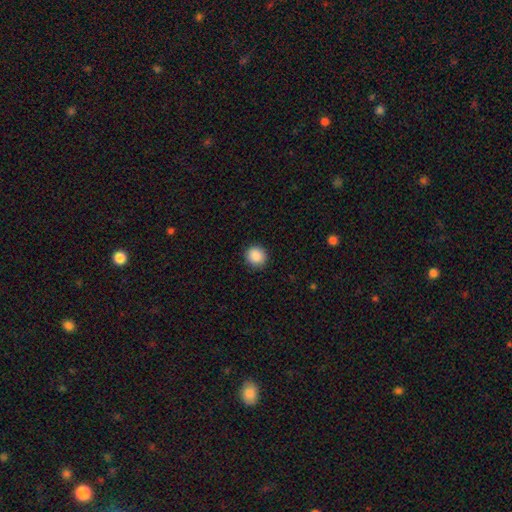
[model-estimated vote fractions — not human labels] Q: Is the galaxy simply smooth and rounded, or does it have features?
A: smooth — 89%.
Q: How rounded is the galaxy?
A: round — 92%.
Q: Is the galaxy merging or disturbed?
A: none — 92%.